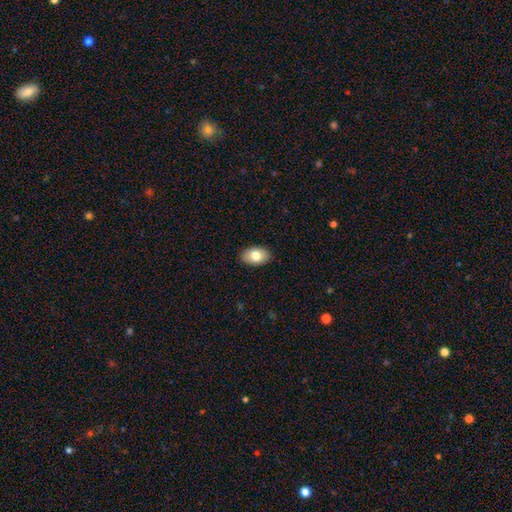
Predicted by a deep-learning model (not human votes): Morphology: type=smooth (79%); roundness=in between (91%); merging=none (89%).